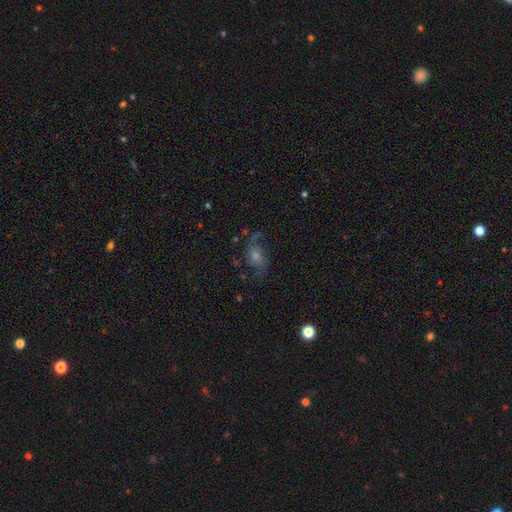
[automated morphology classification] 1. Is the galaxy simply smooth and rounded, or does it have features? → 60% featured or disk, 20% star or artifact, 20% smooth.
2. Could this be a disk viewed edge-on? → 94% no, 6% yes.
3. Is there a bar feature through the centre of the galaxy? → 68% no, 27% weak, 5% strong.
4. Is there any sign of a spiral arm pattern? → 88% yes, 12% no.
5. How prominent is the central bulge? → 48% moderate, 35% small, 9% large, 6% none, 2% dominant.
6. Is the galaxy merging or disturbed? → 67% none, 17% minor disturbance, 13% major disturbance, 3% merger.